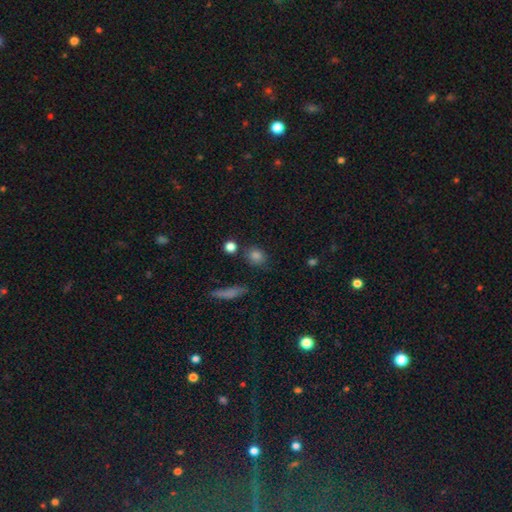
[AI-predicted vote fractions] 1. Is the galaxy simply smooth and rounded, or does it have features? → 80% smooth, 14% star or artifact, 7% featured or disk.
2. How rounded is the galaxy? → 64% round, 32% in between, 4% cigar-shaped.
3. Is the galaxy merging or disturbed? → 77% none, 12% minor disturbance, 8% merger, 4% major disturbance.